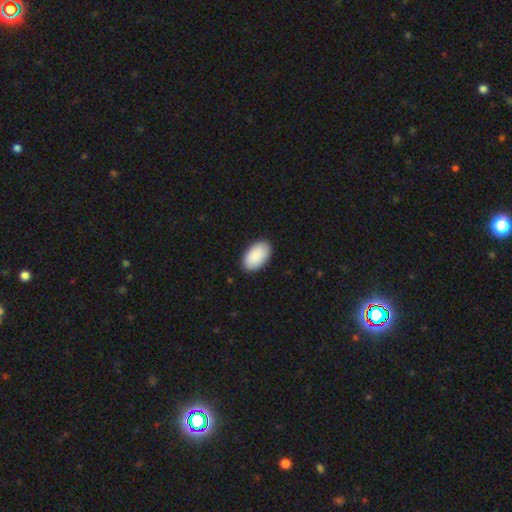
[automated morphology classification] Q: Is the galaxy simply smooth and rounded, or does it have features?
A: smooth — 91%.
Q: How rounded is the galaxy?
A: in between — 96%.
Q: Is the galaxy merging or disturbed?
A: none — 89%.